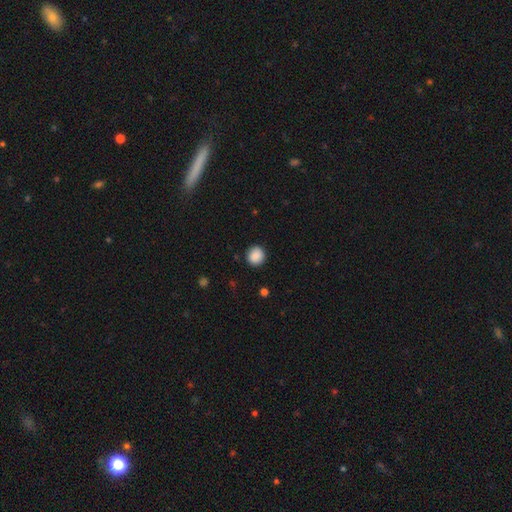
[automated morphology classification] The model was most divided on "smooth or featured": smooth: 88%, star or artifact: 9%, featured or disk: 3%. More confident: merging — none (90%); how rounded — round (90%).